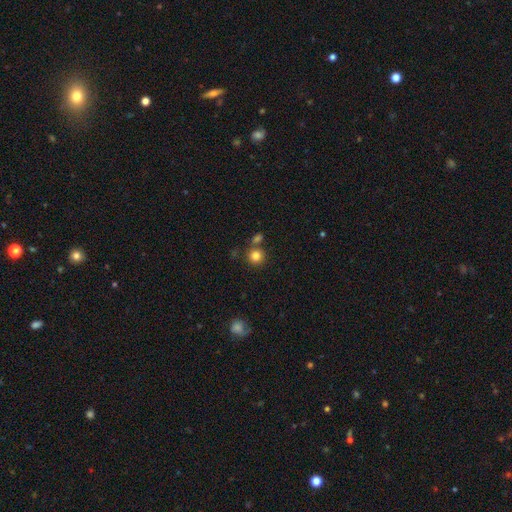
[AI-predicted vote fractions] Smooth or featured: smooth — 83% (star or artifact — 12%)
How rounded: round — 92% (in between — 7%)
Merging: none — 71% (merger — 18%)